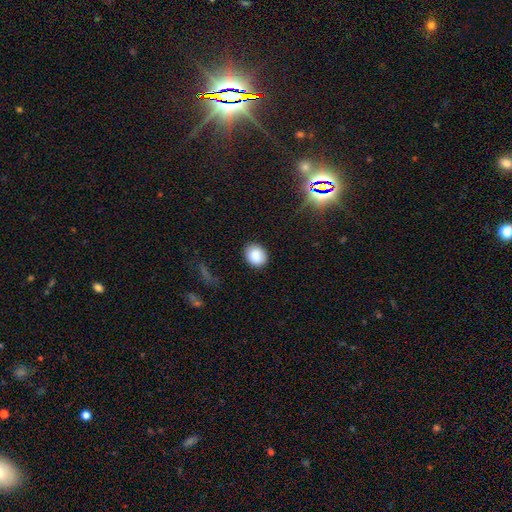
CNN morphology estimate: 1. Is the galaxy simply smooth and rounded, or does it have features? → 86% smooth, 9% star or artifact, 5% featured or disk.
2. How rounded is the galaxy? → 50% round, 49% in between, 1% cigar-shaped.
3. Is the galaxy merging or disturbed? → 85% none, 11% minor disturbance, 3% major disturbance, 1% merger.